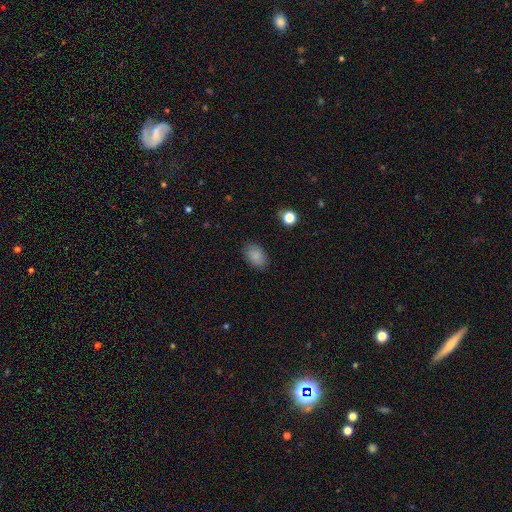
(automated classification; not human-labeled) A smooth galaxy with no disk features (87%) that is in between round and cigar-shaped (87%).

Vote fractions:
- Smooth or featured? smooth: 87% / star or artifact: 9% / featured or disk: 4%
- How rounded? in between: 87% / round: 12% / cigar-shaped: 1%
- Merging? none: 86% / minor disturbance: 10% / major disturbance: 3% / merger: 1%